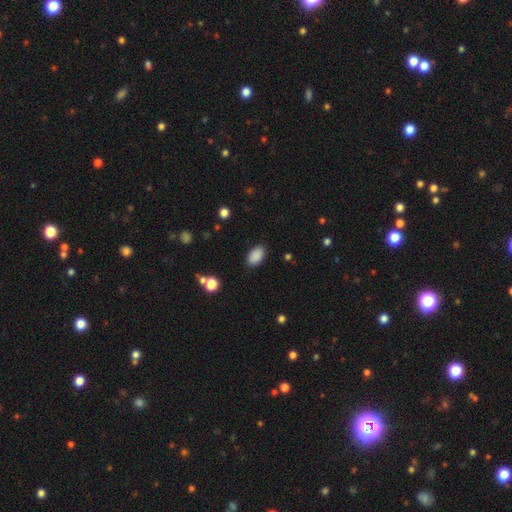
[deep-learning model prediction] A smooth galaxy with no disk features (89%) that is in between round and cigar-shaped (92%).

Vote fractions:
- Smooth or featured? smooth: 89% / star or artifact: 8% / featured or disk: 3%
- How rounded? in between: 92% / round: 7% / cigar-shaped: 1%
- Merging? none: 88% / minor disturbance: 9% / major disturbance: 3% / merger: 1%